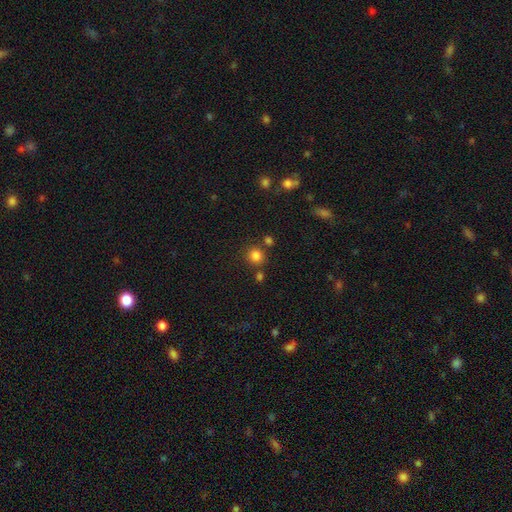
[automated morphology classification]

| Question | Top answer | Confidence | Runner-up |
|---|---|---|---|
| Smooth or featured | smooth | 82% | star or artifact (14%) |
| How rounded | round | 90% | in between (9%) |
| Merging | none | 78% | merger (10%) |